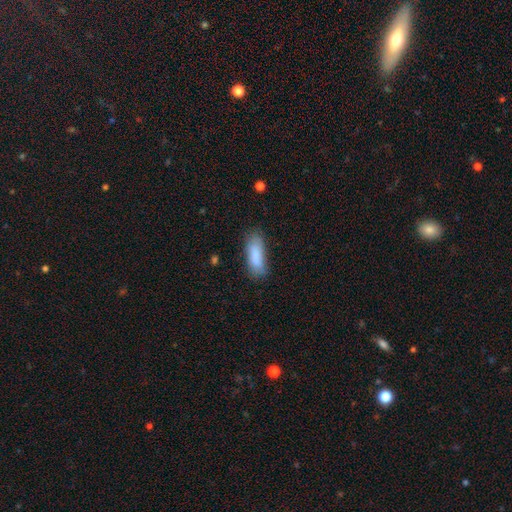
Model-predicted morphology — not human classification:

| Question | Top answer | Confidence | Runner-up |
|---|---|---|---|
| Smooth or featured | smooth | 86% | featured or disk (7%) |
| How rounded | in between | 65% | cigar-shaped (33%) |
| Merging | none | 70% | minor disturbance (23%) |